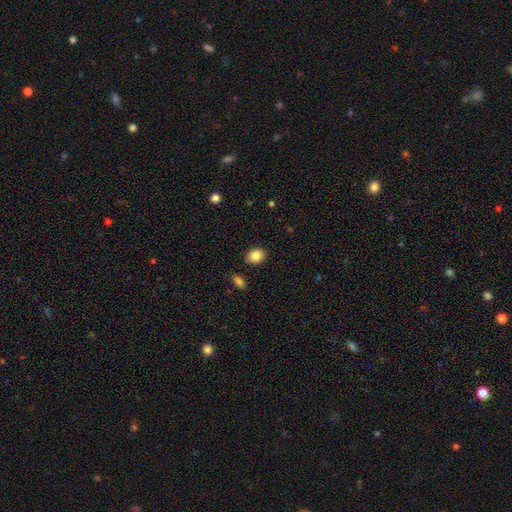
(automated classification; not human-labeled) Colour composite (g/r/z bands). It shows a smooth galaxy with no disk features (86%) that is in between round and cigar-shaped (52%). Merging: none (83%).